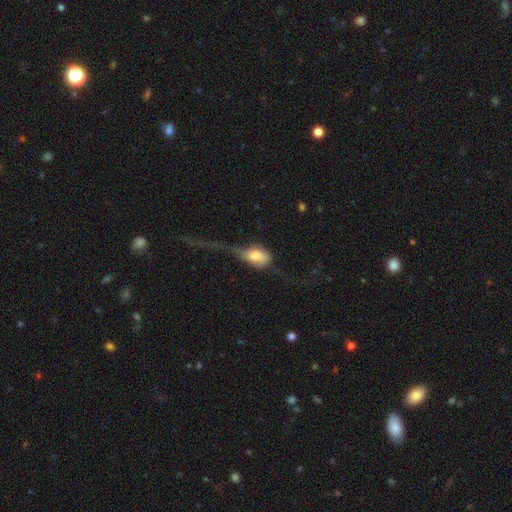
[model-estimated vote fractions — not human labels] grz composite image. It shows a smooth galaxy with no disk features (55%) that is in between round and cigar-shaped (80%). Merging: major disturbance (60%).